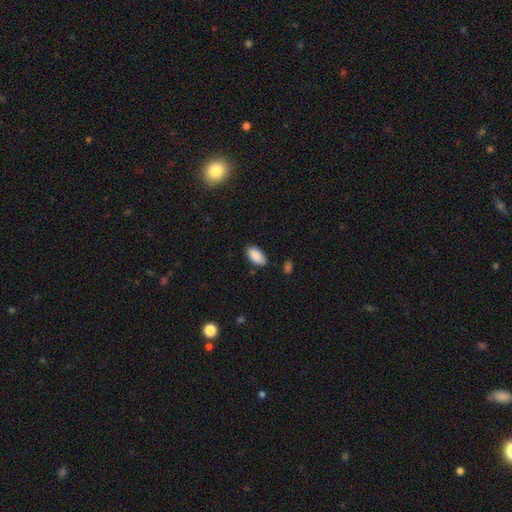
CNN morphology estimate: smooth_or_featured: smooth (p=0.89) [alt: star or artifact p=0.06]
how_rounded: in between (p=0.95) [alt: cigar-shaped p=0.03]
merging: none (p=0.82) [alt: minor disturbance p=0.14]